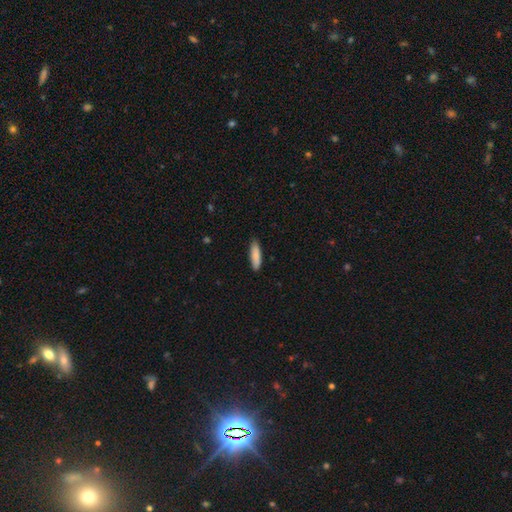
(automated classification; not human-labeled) Smooth or featured: smooth — 88% (featured or disk — 7%)
How rounded: cigar-shaped — 65% (in between — 33%)
Merging: none — 86% (minor disturbance — 11%)